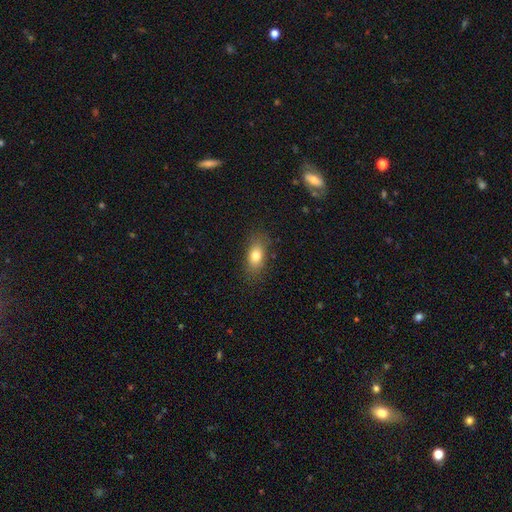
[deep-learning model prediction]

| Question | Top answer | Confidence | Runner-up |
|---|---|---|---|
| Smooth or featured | smooth | 78% | featured or disk (13%) |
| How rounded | in between | 82% | round (11%) |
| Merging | none | 82% | minor disturbance (13%) |